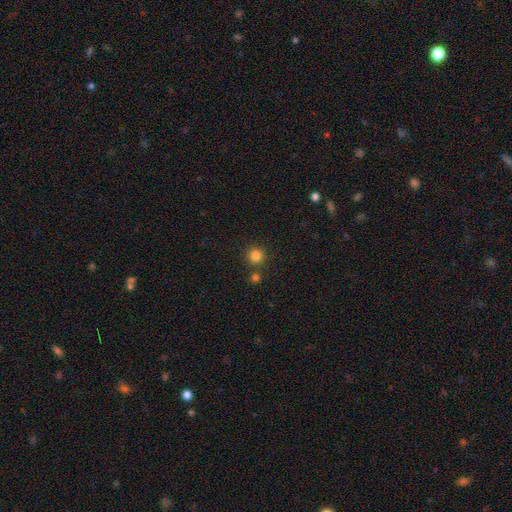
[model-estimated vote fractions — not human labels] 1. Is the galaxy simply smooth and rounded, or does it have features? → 82% smooth, 13% star or artifact, 5% featured or disk.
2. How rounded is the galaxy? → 94% round, 5% in between, 1% cigar-shaped.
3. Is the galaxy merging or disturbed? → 82% none, 9% merger, 7% minor disturbance, 2% major disturbance.